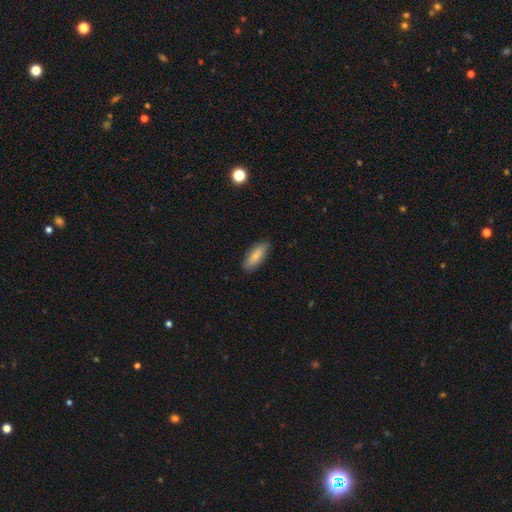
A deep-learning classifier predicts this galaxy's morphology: This is clearly a smooth galaxy (86%). How rounded: likely in between (65%). Merging: clearly none (85%).